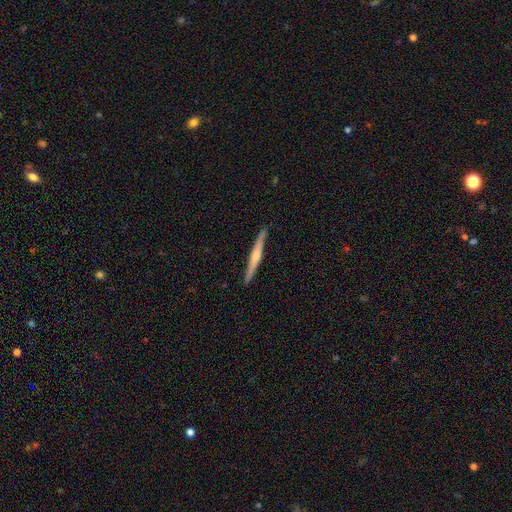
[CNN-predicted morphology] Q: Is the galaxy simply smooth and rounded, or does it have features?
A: featured or disk — 70%.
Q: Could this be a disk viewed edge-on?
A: yes — 98%.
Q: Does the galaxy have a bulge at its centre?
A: rounded — 75%.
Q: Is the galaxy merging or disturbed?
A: none — 90%.